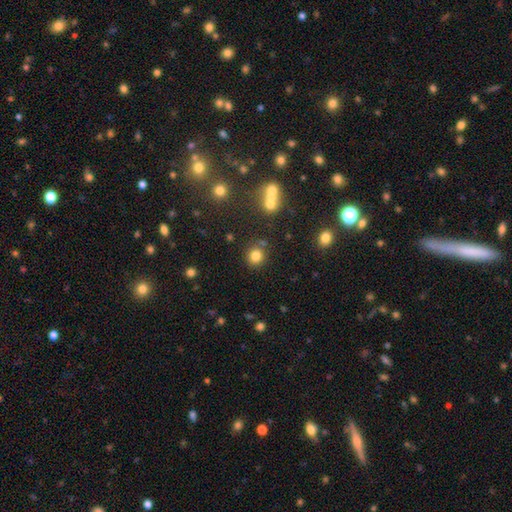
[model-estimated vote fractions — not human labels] smooth 81%, star or artifact 13%, featured or disk 6%. Down the decision tree: how rounded — round (87%); merging — none (81%).